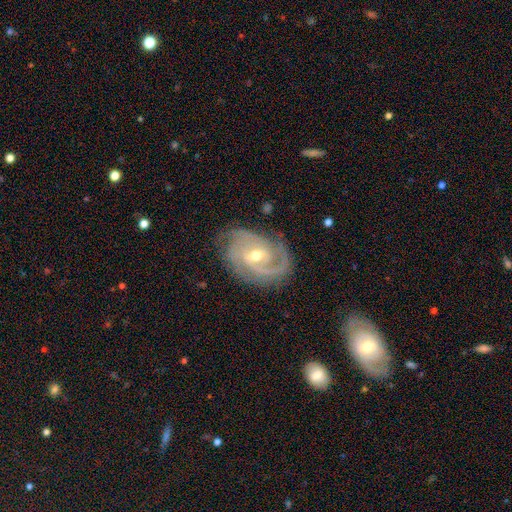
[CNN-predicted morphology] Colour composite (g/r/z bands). It shows a featured or disk galaxy (91%) with a weak bar (44%), 2 (41%) tight (59%) spiral arms (98%) and a moderate central bulge (55%). Merging: none (76%).